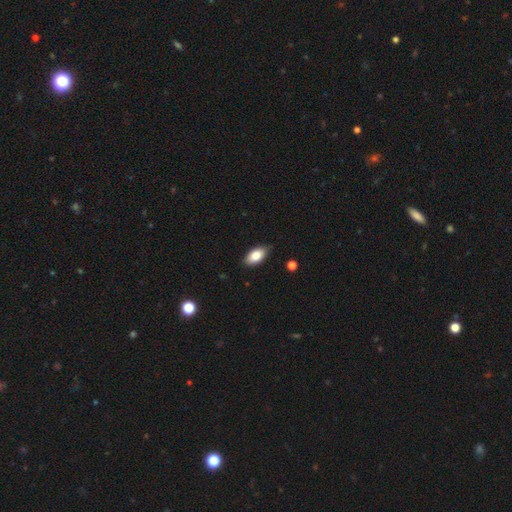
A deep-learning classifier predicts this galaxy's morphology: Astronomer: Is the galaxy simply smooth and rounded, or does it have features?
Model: smooth — 82%.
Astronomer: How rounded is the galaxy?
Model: in between — 92%.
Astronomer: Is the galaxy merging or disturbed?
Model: none — 83%.